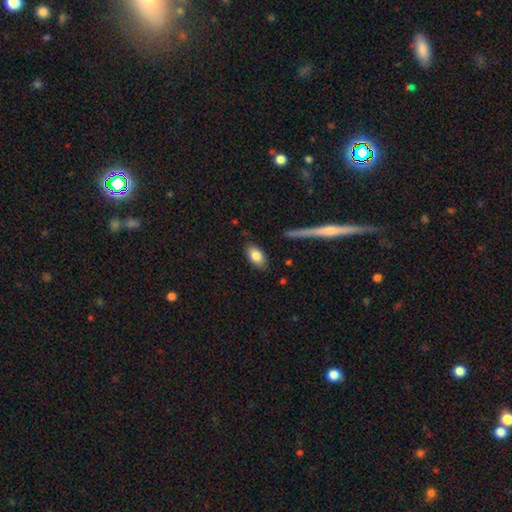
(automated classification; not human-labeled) smooth_or_featured: smooth (p=0.81) [alt: featured or disk p=0.13]
how_rounded: in between (p=0.91) [alt: cigar-shaped p=0.05]
merging: none (p=0.85) [alt: minor disturbance p=0.11]